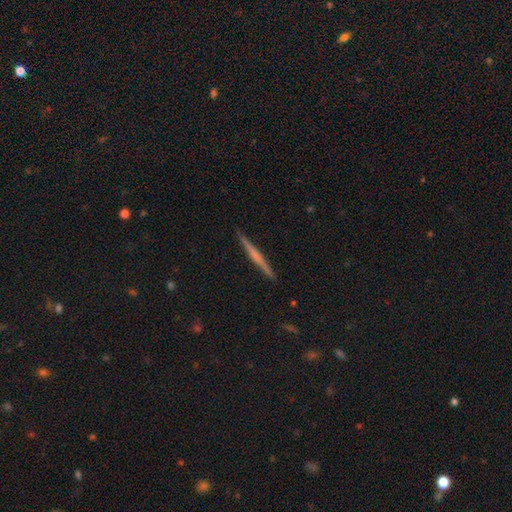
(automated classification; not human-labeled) A featured or disk galaxy (61%) viewed edge-on (98%) with no central bulge (56%).

Vote fractions:
- Smooth or featured? featured or disk: 61% / smooth: 34% / star or artifact: 6%
- Edge-on disk? yes: 98% / no: 2%
- Edge-on bulge? none: 56% / rounded: 29% / boxy: 15%
- Merging? none: 92% / minor disturbance: 6% / major disturbance: 1% / merger: 1%